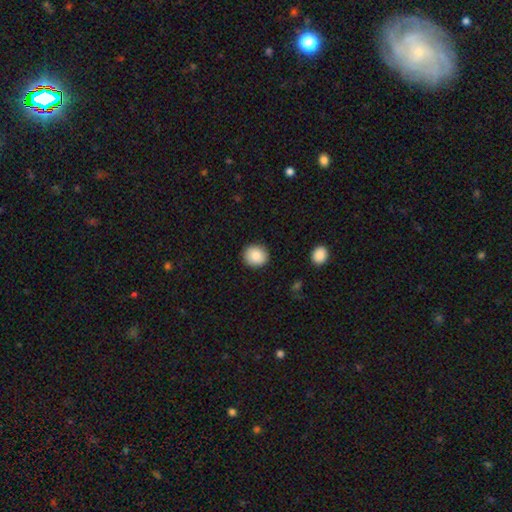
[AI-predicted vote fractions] A smooth galaxy with no disk features (89%) that is round (86%).

Vote fractions:
- Smooth or featured? smooth: 89% / star or artifact: 7% / featured or disk: 4%
- How rounded? round: 86% / in between: 13% / cigar-shaped: 1%
- Merging? none: 91% / minor disturbance: 7% / major disturbance: 2% / merger: 1%